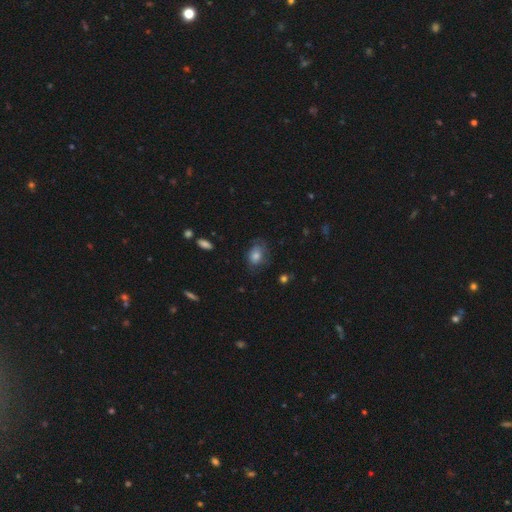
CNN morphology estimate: This is likely a smooth galaxy (60%). How rounded: likely in between (69%). Merging: likely none (62%).